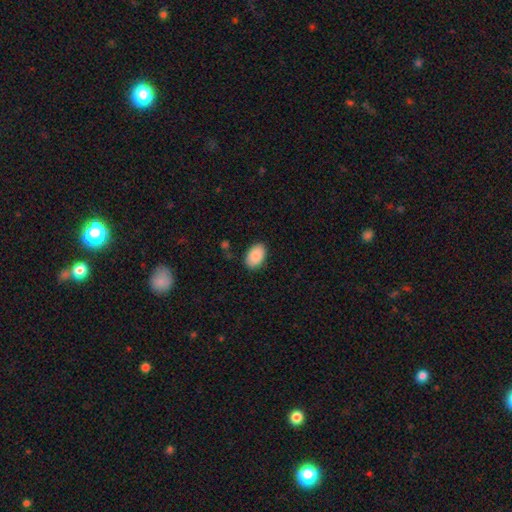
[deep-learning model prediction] A smooth galaxy with no disk features (89%) that is in between round and cigar-shaped (92%). Merging: none (86%).